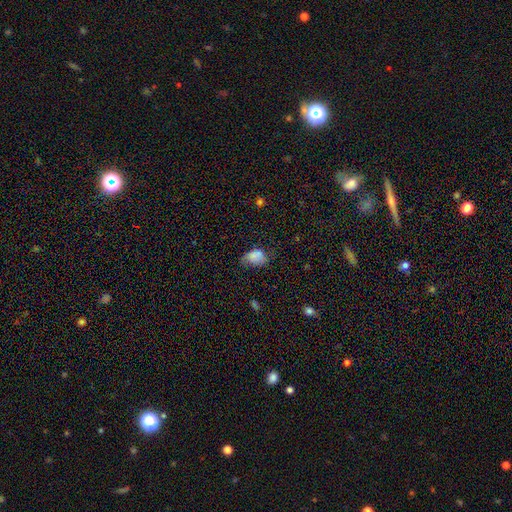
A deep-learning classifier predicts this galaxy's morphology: The model was most divided on "merging": minor disturbance: 39%, none: 38%, major disturbance: 20%, merger: 3%. More confident: how rounded — in between (84%); smooth or featured — smooth (78%).